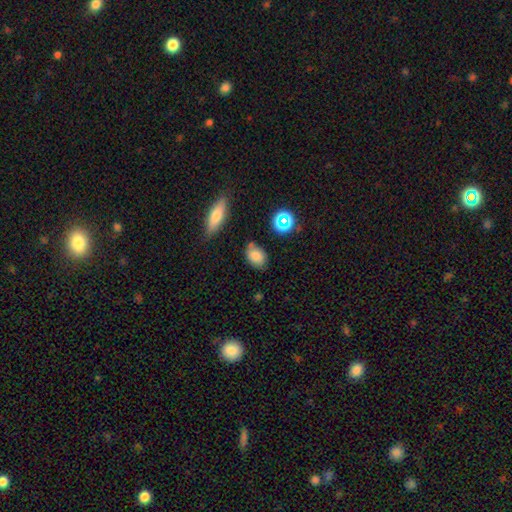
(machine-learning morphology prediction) The model was most divided on "merging": none: 72%, minor disturbance: 19%, merger: 5%, major disturbance: 4%. More confident: smooth or featured — smooth (80%); how rounded — in between (79%).